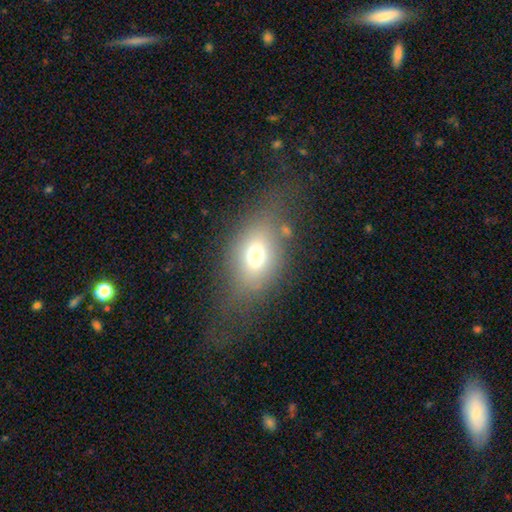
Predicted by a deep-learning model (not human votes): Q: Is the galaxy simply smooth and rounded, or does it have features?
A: smooth — 66%.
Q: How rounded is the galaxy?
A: in between — 70%.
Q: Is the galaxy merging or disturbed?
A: none — 63%.